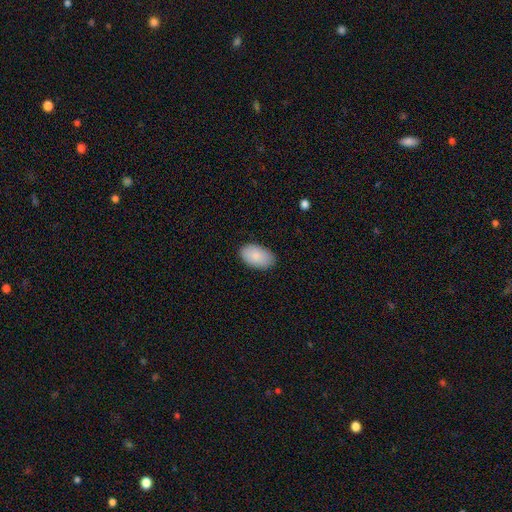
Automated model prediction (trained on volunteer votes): The model was most divided on "merging": none: 86%, minor disturbance: 11%, major disturbance: 2%, merger: 1%. More confident: how rounded — in between (95%); smooth or featured — smooth (88%).